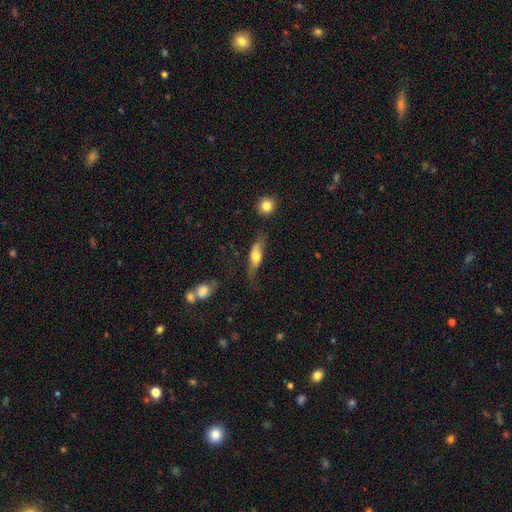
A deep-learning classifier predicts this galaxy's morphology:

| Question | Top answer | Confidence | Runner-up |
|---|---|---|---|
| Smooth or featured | smooth | 54% | featured or disk (39%) |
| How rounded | cigar-shaped | 50% | in between (46%) |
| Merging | none | 55% | minor disturbance (26%) |